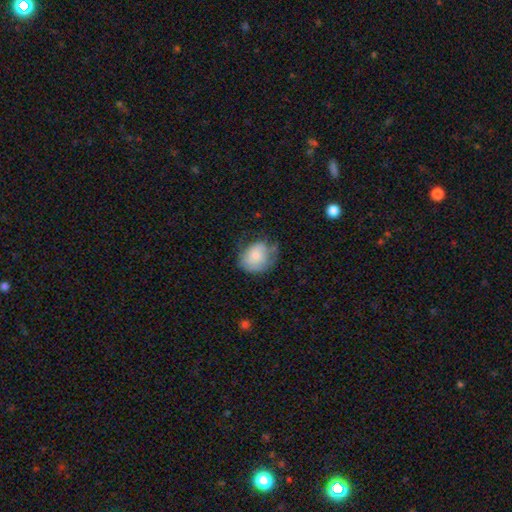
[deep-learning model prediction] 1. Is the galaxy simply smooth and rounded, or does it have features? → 74% smooth, 19% featured or disk, 7% star or artifact.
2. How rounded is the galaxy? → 59% round, 41% in between, 1% cigar-shaped.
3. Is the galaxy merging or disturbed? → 44% none, 36% minor disturbance, 18% major disturbance, 2% merger.